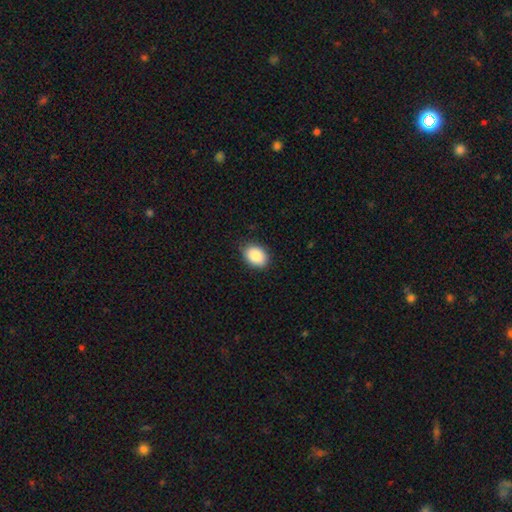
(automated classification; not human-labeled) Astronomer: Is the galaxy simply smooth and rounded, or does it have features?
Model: smooth — 88%.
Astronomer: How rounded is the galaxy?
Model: in between — 74%.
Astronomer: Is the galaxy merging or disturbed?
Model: none — 84%.